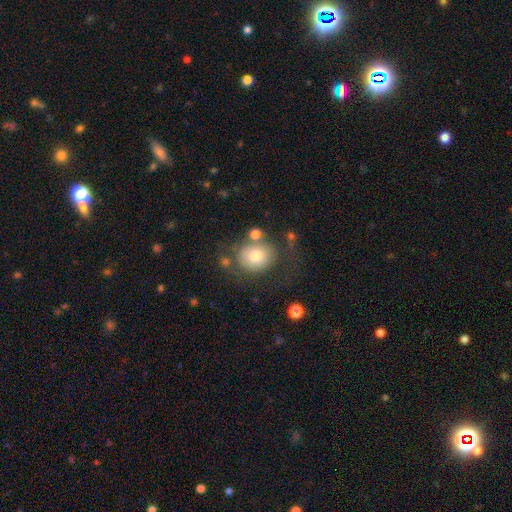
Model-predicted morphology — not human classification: Smooth or featured? Predicted: smooth (p=0.72). How rounded? Predicted: round (p=0.70). Merging? Predicted: none (p=0.59).